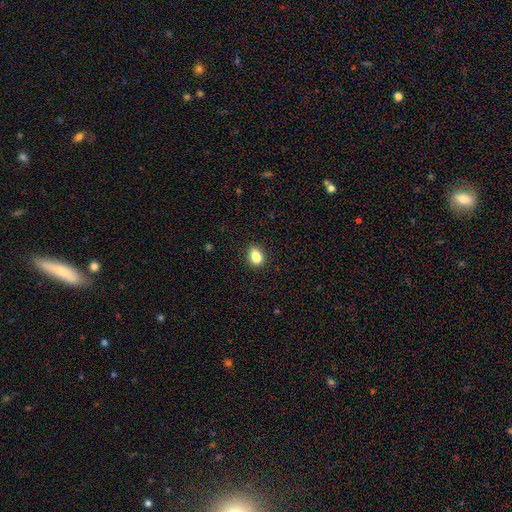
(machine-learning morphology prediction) A smooth galaxy with no disk features (84%) that is in between round and cigar-shaped (70%). Merging: none (86%).